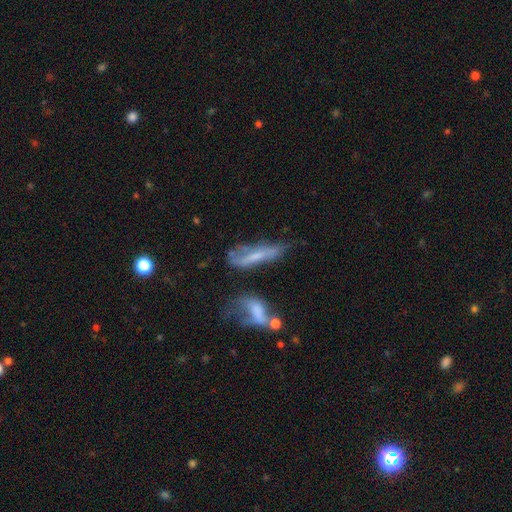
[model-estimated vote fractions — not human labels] Smooth or featured? Predicted: smooth (p=0.45). Merging? Predicted: none (p=0.33).